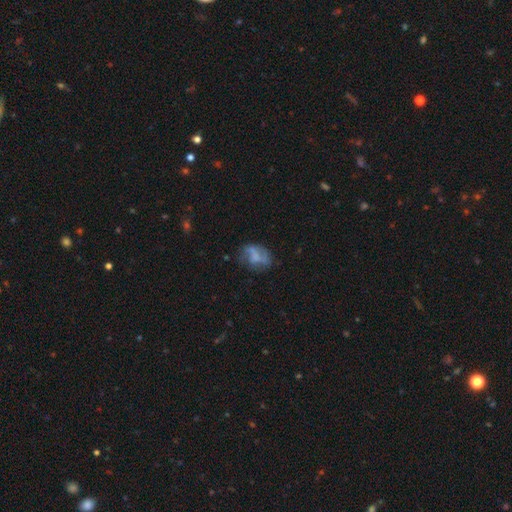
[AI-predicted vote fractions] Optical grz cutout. It shows a smooth galaxy with no disk features (45%). Merging: none (42%).